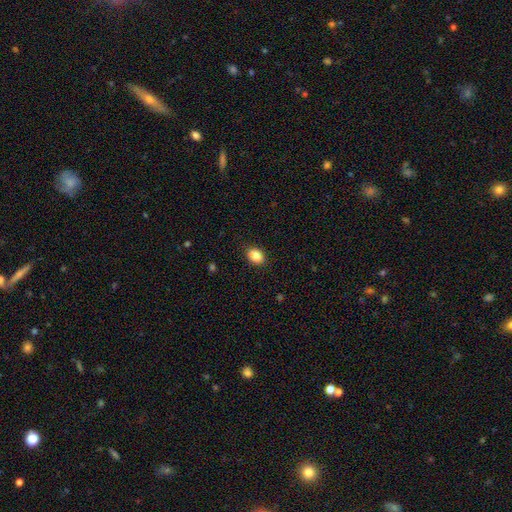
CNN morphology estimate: Smooth or featured: smooth — 88% (star or artifact — 8%)
How rounded: in between — 72% (round — 27%)
Merging: none — 89% (minor disturbance — 8%)